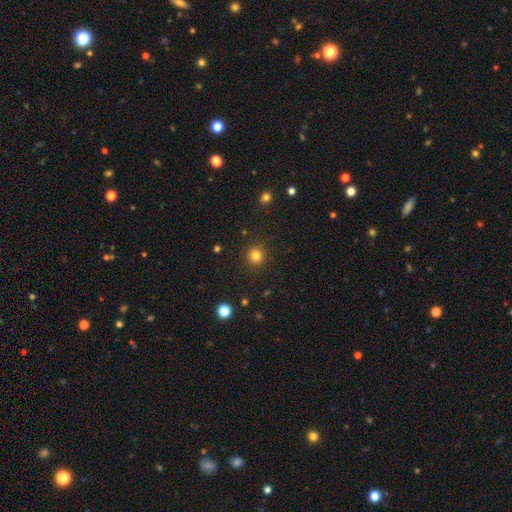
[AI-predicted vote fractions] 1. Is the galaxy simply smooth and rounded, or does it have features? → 82% smooth, 13% star or artifact, 5% featured or disk.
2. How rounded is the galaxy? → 91% round, 8% in between, 1% cigar-shaped.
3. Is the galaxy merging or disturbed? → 90% none, 6% minor disturbance, 2% major disturbance, 1% merger.